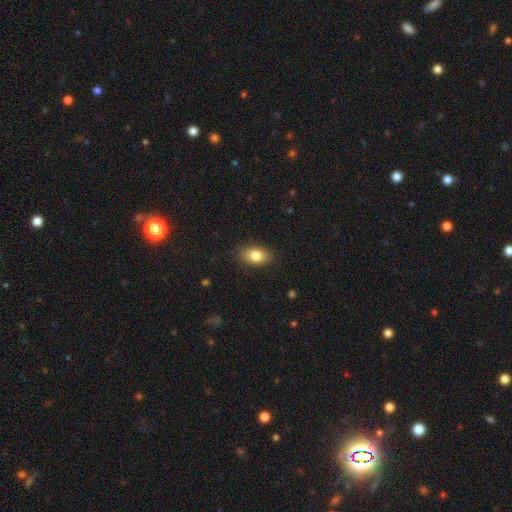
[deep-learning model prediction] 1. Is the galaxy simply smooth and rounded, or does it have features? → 82% smooth, 10% featured or disk, 8% star or artifact.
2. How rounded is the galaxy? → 87% in between, 11% round, 3% cigar-shaped.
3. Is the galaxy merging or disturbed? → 84% none, 12% minor disturbance, 3% major disturbance, 1% merger.